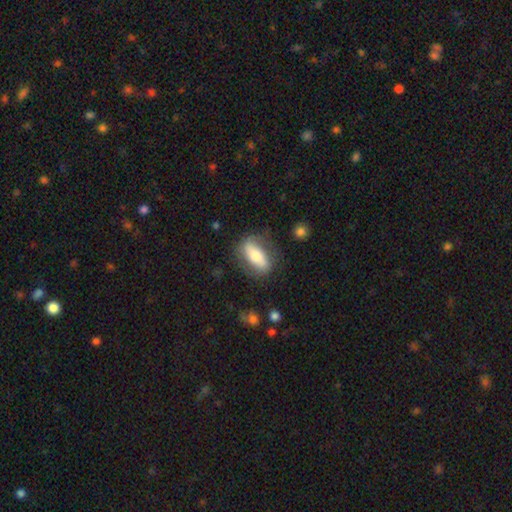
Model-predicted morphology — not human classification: type=smooth (58%); roundness=in between (76%); merging=none (72%).